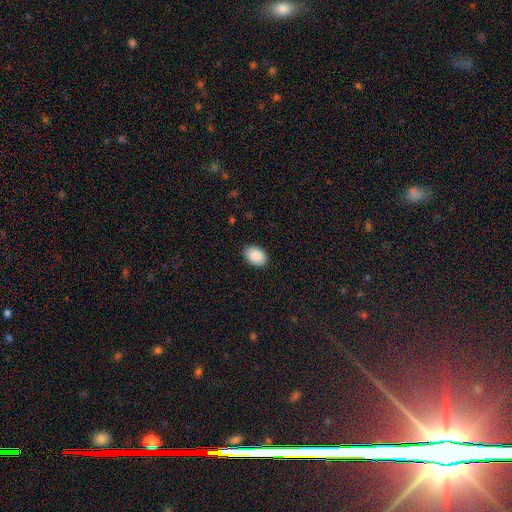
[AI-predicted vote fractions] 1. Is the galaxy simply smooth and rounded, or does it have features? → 90% smooth, 7% star or artifact, 3% featured or disk.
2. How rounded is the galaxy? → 85% in between, 14% round, 1% cigar-shaped.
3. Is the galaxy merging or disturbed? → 89% none, 8% minor disturbance, 2% major disturbance, 1% merger.